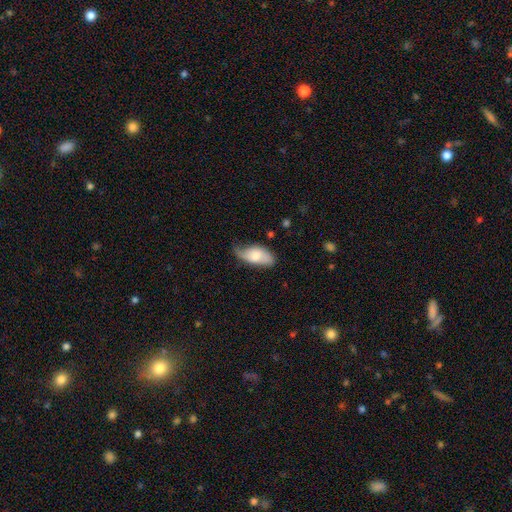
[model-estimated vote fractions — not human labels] This appears to be a smooth galaxy with no disk features (62%) that is in between round and cigar-shaped (91%). Merging: none (46%).